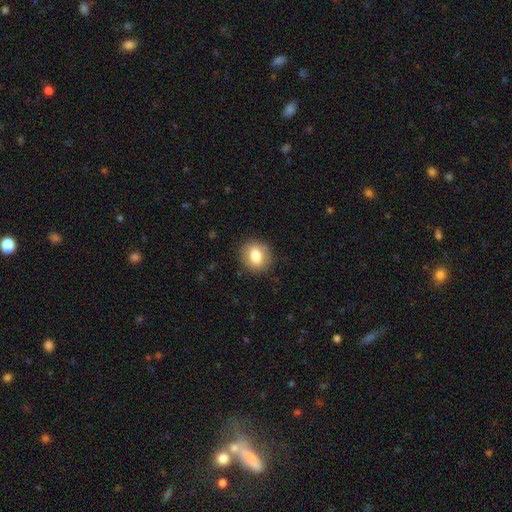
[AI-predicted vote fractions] The model was most divided on "how rounded": round: 58%, in between: 41%, cigar-shaped: 1%. More confident: merging — none (86%); smooth or featured — smooth (79%).